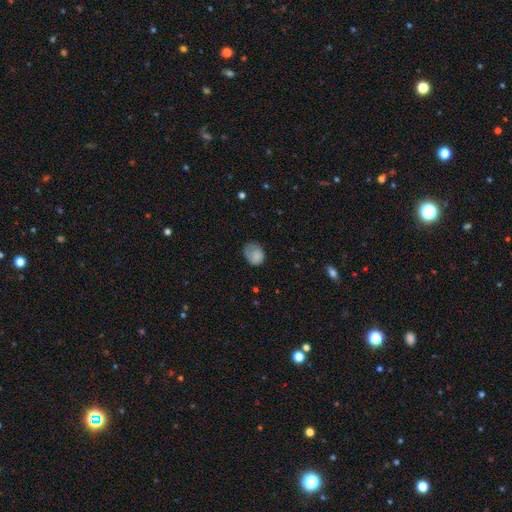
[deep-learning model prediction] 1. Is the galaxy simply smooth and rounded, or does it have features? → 80% smooth, 11% featured or disk, 9% star or artifact.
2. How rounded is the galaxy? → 50% in between, 49% round, 1% cigar-shaped.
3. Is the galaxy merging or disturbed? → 47% none, 34% minor disturbance, 18% major disturbance, 2% merger.